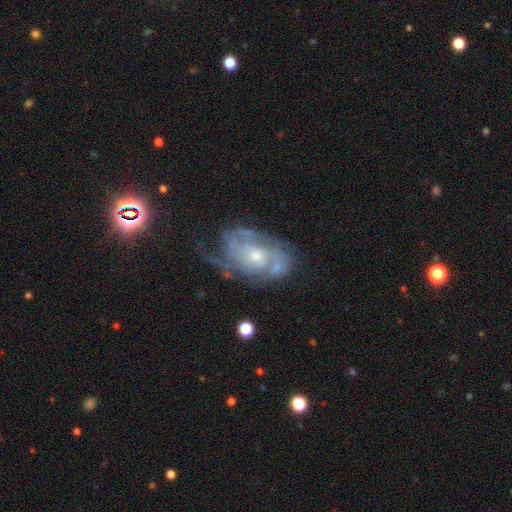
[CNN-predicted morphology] This appears to be a featured or disk galaxy (79%) with no bar (72%), tight (56%) spiral arms (90%) and a small central bulge (54%). Merging: none (58%).